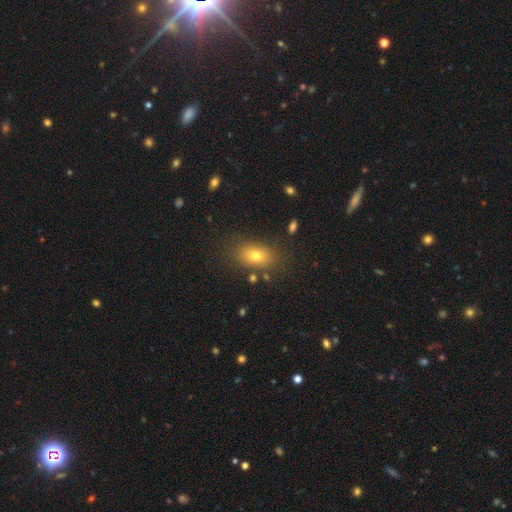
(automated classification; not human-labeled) This appears to be a smooth galaxy with no disk features (75%) that is in between round and cigar-shaped (84%). Merging: none (81%).